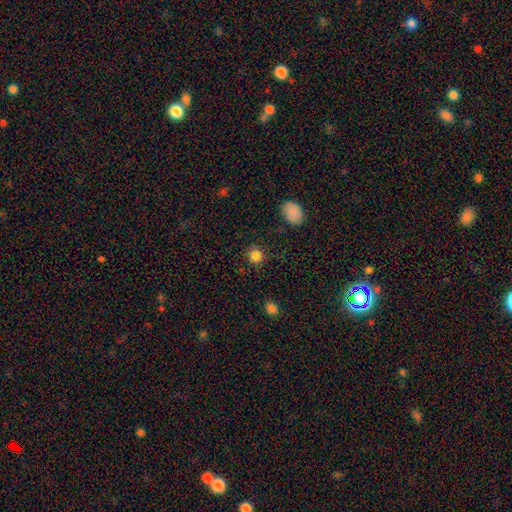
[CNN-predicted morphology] smooth-or-featured: smooth: 85% | star or artifact: 11% | featured or disk: 4%
  how-rounded: round: 87% | in between: 12% | cigar-shaped: 1%
  merging: none: 85% | minor disturbance: 10% | major disturbance: 3% | merger: 2%